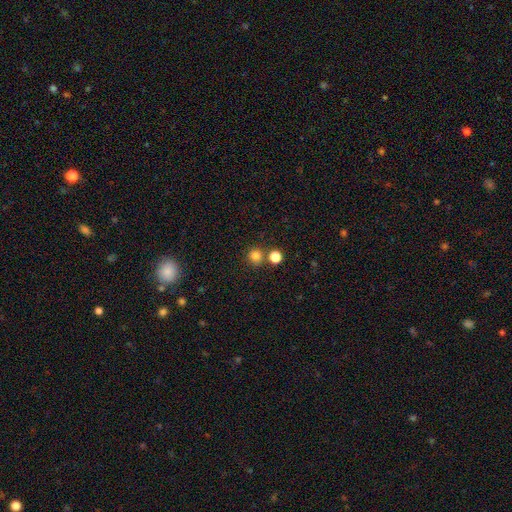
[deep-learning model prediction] Smooth or featured: smooth — 81% (star or artifact — 14%)
How rounded: round — 93% (in between — 6%)
Merging: none — 76% (merger — 15%)